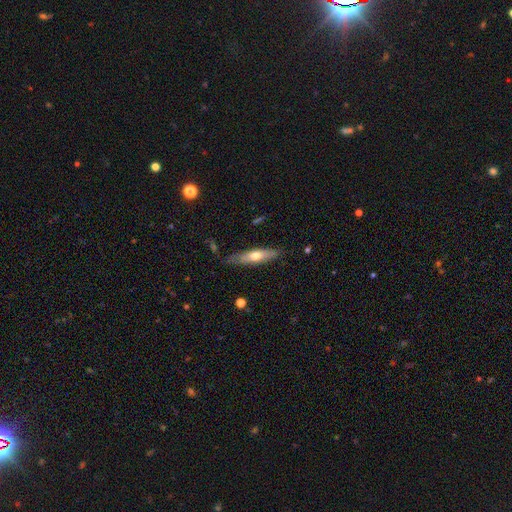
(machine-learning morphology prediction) type=smooth (51%); roundness=cigar-shaped (71%); merging=none (78%).